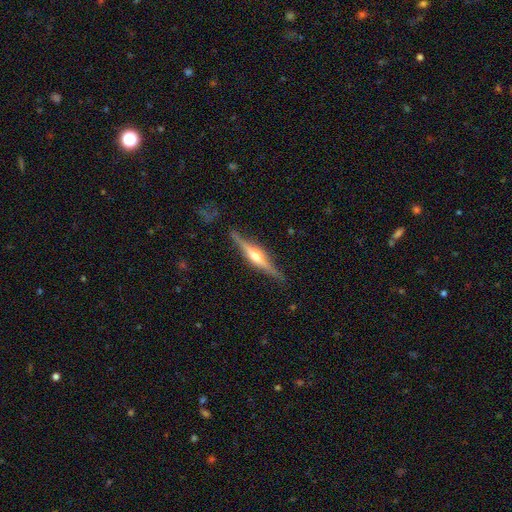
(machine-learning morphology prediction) A featured or disk galaxy (79%) viewed edge-on (98%) with a rounded central bulge (89%). Merging: none (86%).